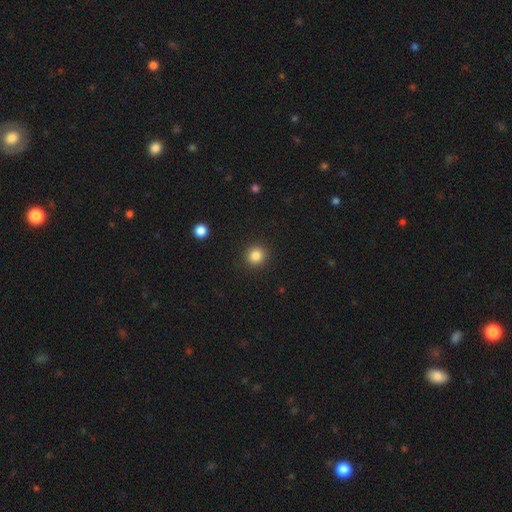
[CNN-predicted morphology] Smooth or featured? Predicted: smooth (p=0.84). How rounded? Predicted: round (p=0.92). Merging? Predicted: none (p=0.92).